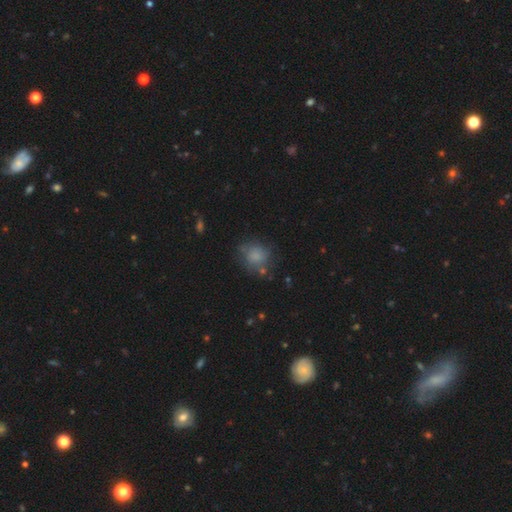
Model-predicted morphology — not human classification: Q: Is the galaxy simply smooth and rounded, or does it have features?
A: smooth — 76%.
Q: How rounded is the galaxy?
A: round — 72%.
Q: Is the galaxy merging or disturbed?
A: none — 63%.